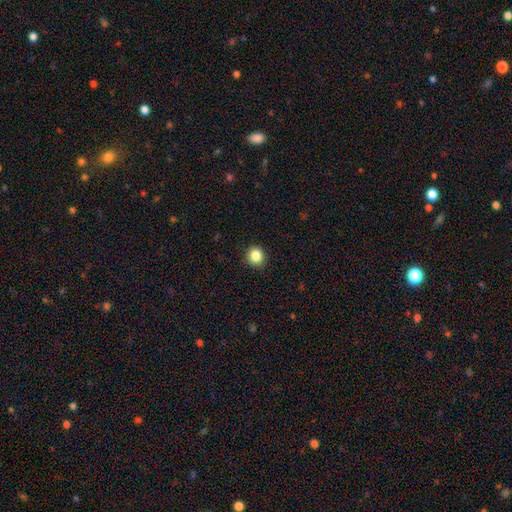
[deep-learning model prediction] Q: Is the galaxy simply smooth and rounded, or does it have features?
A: smooth — 85%.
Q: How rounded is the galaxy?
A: round — 88%.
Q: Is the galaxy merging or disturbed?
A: none — 91%.